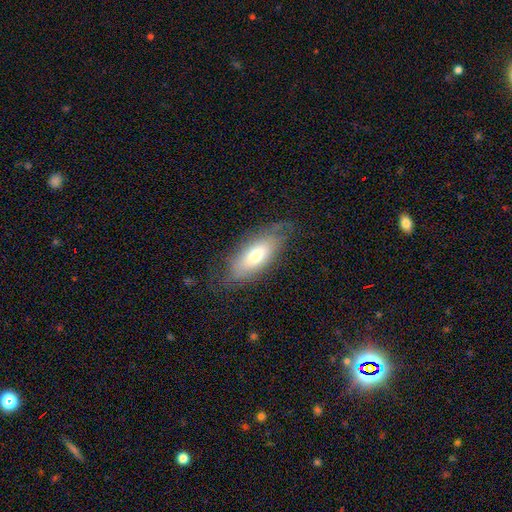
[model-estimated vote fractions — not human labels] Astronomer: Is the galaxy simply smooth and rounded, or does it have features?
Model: smooth — 61%.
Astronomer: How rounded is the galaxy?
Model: in between — 82%.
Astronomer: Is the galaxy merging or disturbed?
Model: none — 68%.